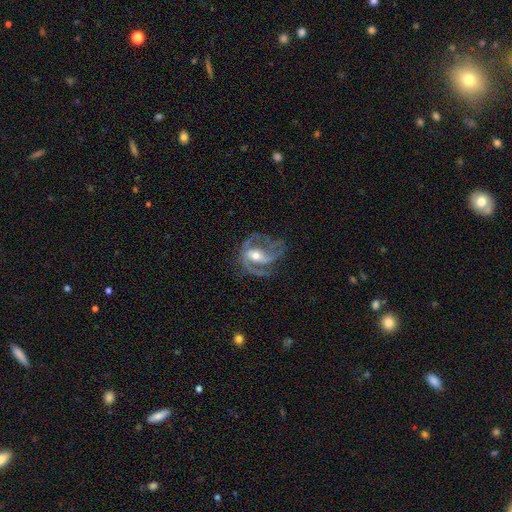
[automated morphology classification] A featured or disk galaxy (85%) with a weak bar (38%), 2 (47%) medium (50%) spiral arms (91%) and a moderate central bulge (62%). Merging: none (51%).